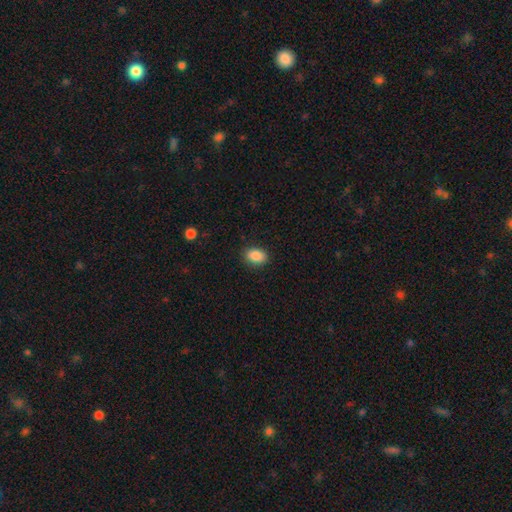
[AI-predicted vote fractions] Smooth or featured?
  - smooth: 88% *
  - star or artifact: 8%
  - featured or disk: 4%
How rounded?
  - in between: 85% *
  - round: 14%
  - cigar-shaped: 1%
Merging?
  - none: 87% *
  - minor disturbance: 9%
  - major disturbance: 2%
  - merger: 1%